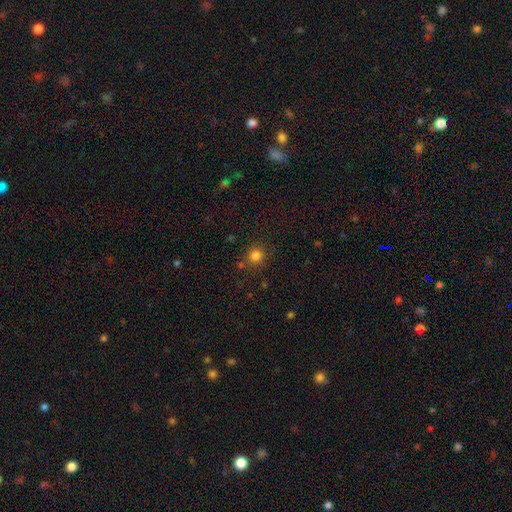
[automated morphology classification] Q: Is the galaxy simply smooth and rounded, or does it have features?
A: smooth — 81%.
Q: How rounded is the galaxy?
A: round — 90%.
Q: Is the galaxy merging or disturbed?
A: none — 82%.